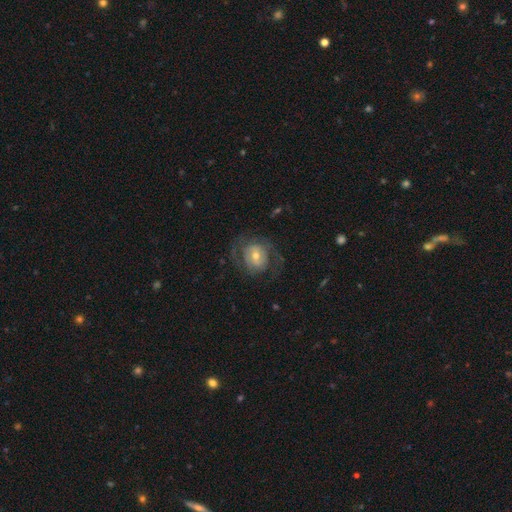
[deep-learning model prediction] Smooth or featured: featured or disk — 61% (smooth — 32%)
Edge-on disk: no — 97% (yes — 3%)
Bar: no — 55% (weak — 34%)
Spiral arms: yes — 68% (no — 32%)
Bulge size: moderate — 59% (small — 32%)
Merging: none — 61% (major disturbance — 21%)